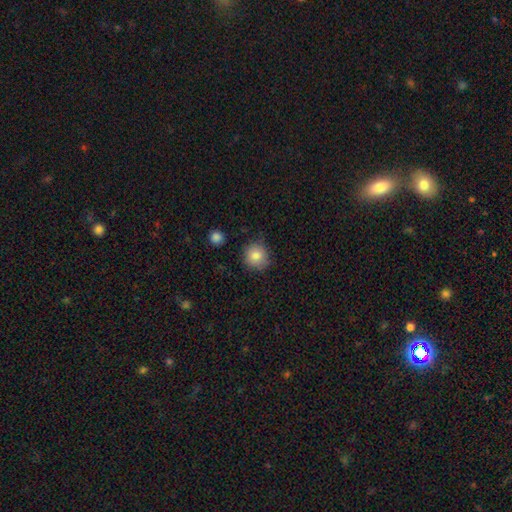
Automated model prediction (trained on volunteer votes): This appears to be a smooth galaxy with no disk features (82%) that is round (92%). Merging: none (81%).